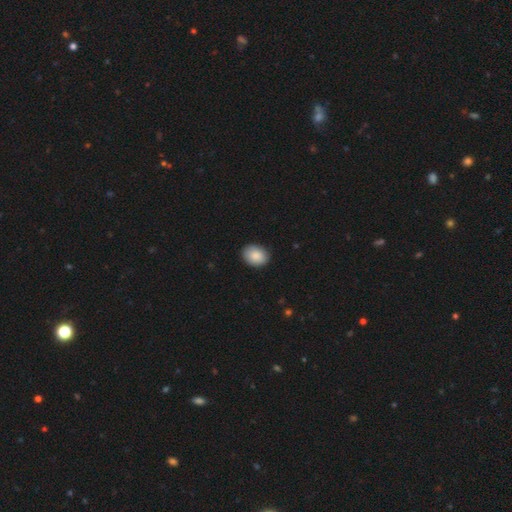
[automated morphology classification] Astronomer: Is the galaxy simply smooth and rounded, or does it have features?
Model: smooth — 88%.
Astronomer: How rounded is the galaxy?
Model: in between — 66%.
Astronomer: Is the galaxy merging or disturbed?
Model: none — 88%.